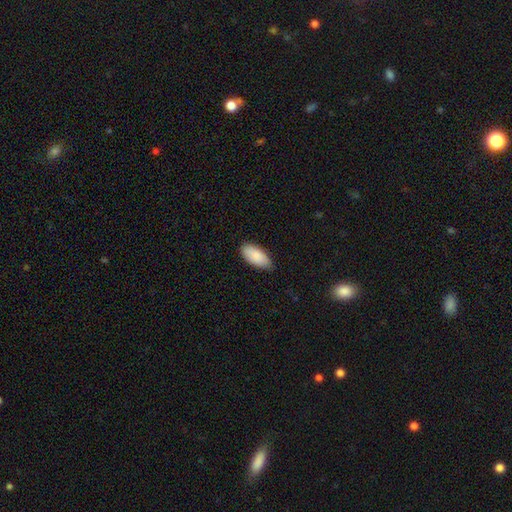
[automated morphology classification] Smooth or featured? smooth (88%)
How rounded? in between (91%)
Merging? none (80%)